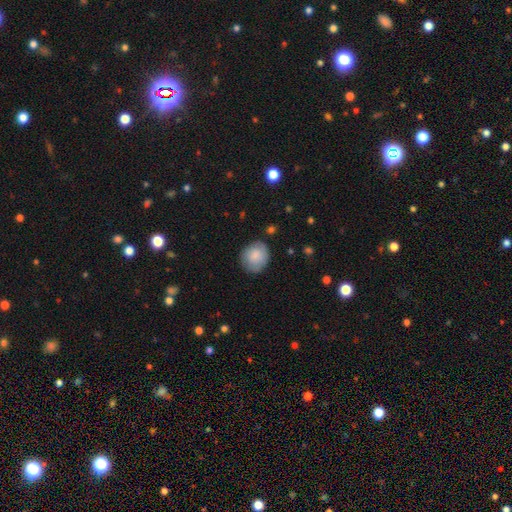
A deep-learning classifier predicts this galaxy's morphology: This is clearly a smooth galaxy (83%). How rounded: likely round (73%). Merging: likely none (77%).